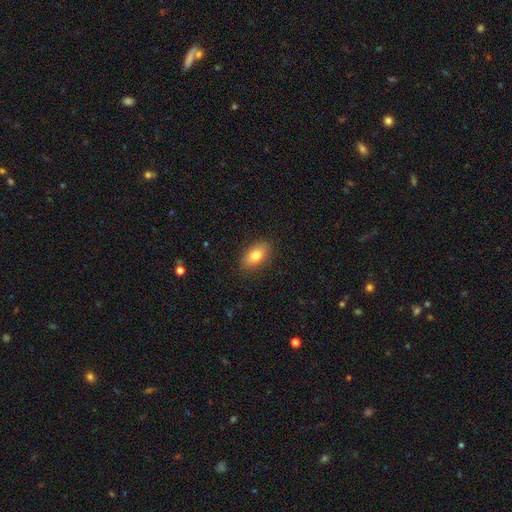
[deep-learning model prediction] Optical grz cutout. It shows a smooth galaxy with no disk features (79%) that is in between round and cigar-shaped (89%). Merging: none (87%).